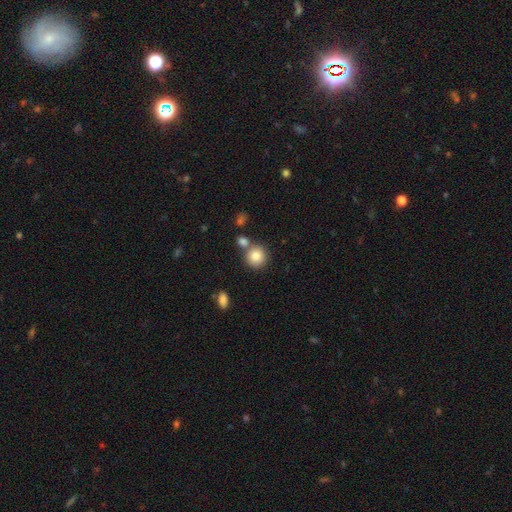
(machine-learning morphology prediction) A smooth galaxy with no disk features (83%) that is round (90%). Merging: none (67%).